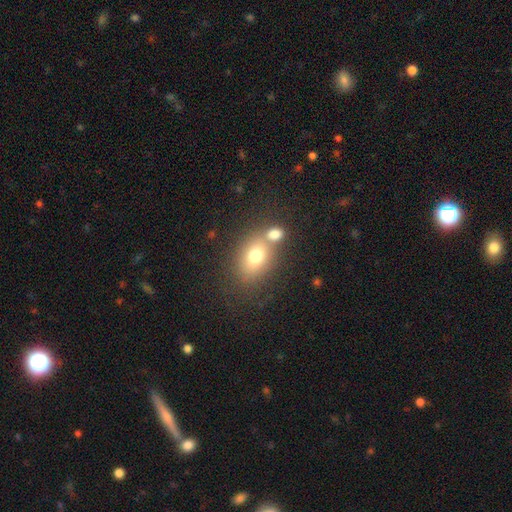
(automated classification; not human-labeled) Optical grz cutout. It shows a smooth galaxy with no disk features (74%) that is in between round and cigar-shaped (73%). Merging: none (48%).